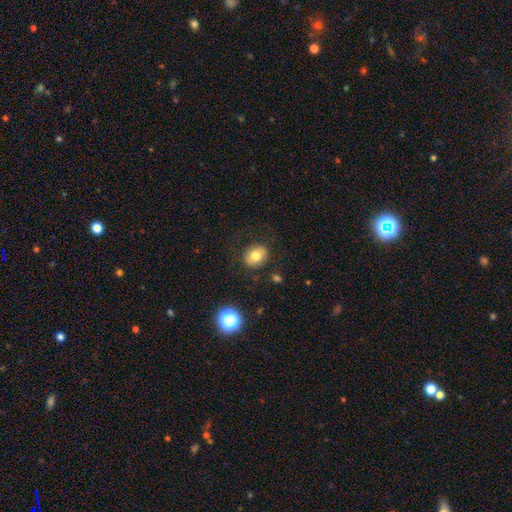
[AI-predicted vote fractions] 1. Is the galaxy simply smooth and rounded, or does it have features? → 76% smooth, 13% featured or disk, 11% star or artifact.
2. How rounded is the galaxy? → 59% round, 41% in between, 1% cigar-shaped.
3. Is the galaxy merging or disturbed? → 84% none, 10% minor disturbance, 3% major disturbance, 2% merger.